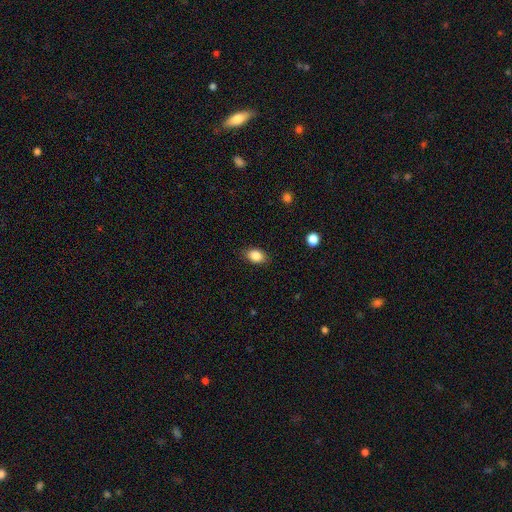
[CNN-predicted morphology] Overall: smooth (86%). How rounded: in between (81%). Merging: none (85%).